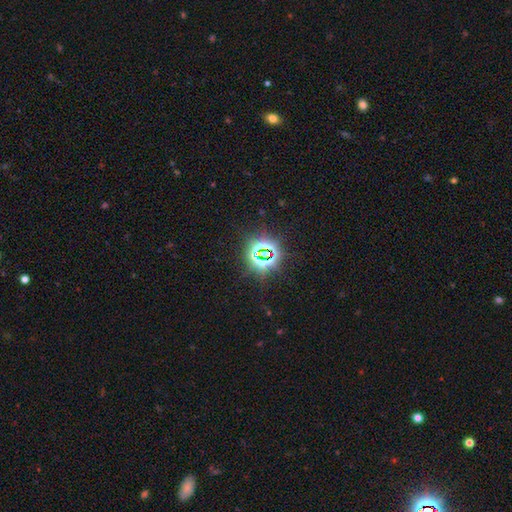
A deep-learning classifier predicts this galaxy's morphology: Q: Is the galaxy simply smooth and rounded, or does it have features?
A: star or artifact — 81%.